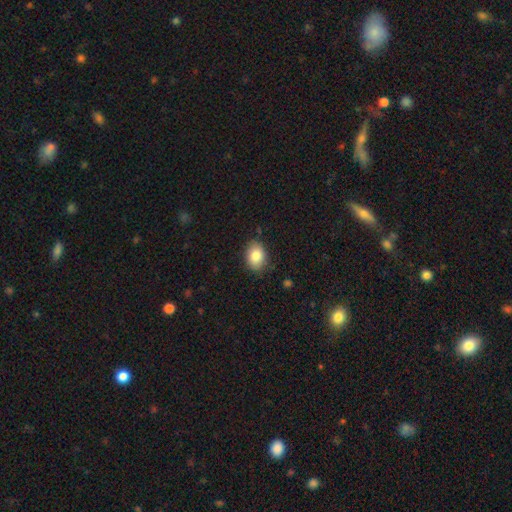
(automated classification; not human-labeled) Smooth or featured?
  - smooth: 86% *
  - star or artifact: 8%
  - featured or disk: 7%
How rounded?
  - in between: 71% *
  - round: 28%
  - cigar-shaped: 1%
Merging?
  - none: 82% *
  - minor disturbance: 14%
  - major disturbance: 3%
  - merger: 1%